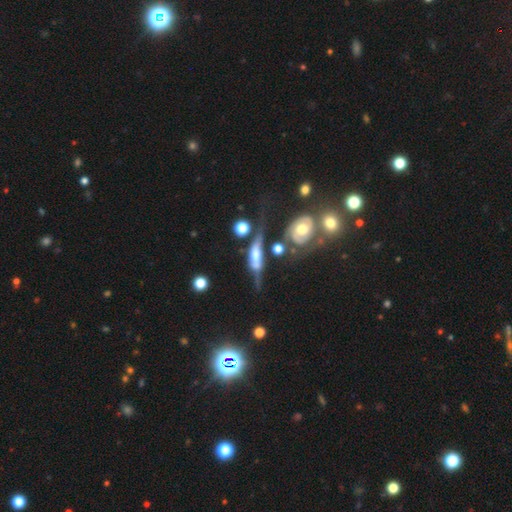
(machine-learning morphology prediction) Smooth or featured?
  - featured or disk: 67% *
  - smooth: 25%
  - star or artifact: 8%
Edge-on disk?
  - no: 53% *
  - yes: 47%
Merging?
  - major disturbance: 31% *
  - merger: 29%
  - none: 22%
  - minor disturbance: 19%